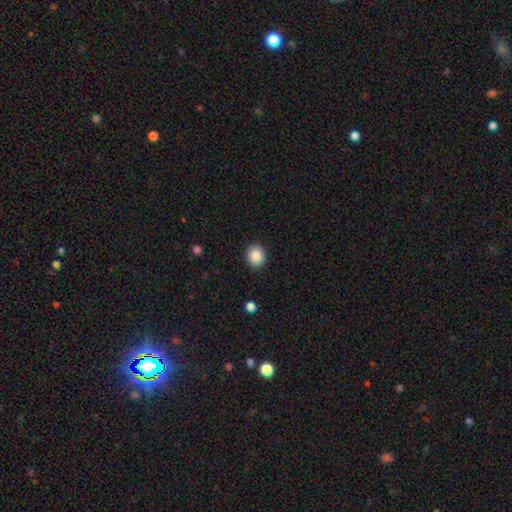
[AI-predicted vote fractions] Smooth or featured? Predicted: smooth (p=0.86). How rounded? Predicted: round (p=0.70). Merging? Predicted: none (p=0.90).